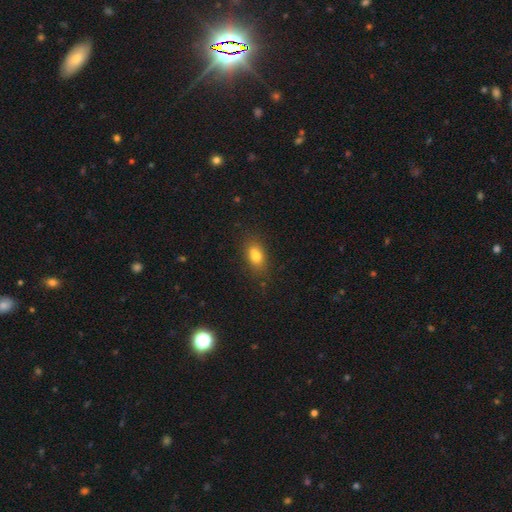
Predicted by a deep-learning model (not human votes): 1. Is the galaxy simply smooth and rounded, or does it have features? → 79% smooth, 10% featured or disk, 10% star or artifact.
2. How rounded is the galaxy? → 80% in between, 16% round, 4% cigar-shaped.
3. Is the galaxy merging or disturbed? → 72% none, 18% minor disturbance, 5% merger, 5% major disturbance.